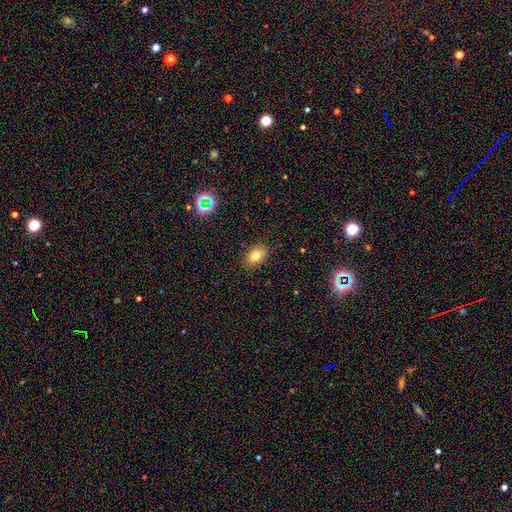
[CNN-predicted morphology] A smooth galaxy with no disk features (76%) that is in between round and cigar-shaped (73%). Merging: none (85%).